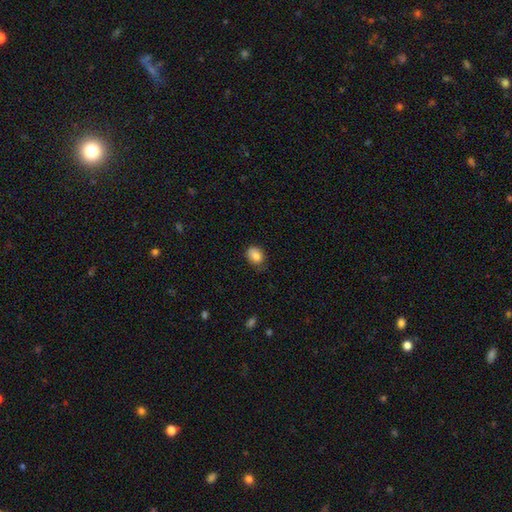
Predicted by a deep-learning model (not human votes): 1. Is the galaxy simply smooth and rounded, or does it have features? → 82% smooth, 9% star or artifact, 9% featured or disk.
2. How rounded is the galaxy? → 57% in between, 42% round, 1% cigar-shaped.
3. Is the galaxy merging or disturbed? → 64% none, 28% minor disturbance, 7% major disturbance, 1% merger.